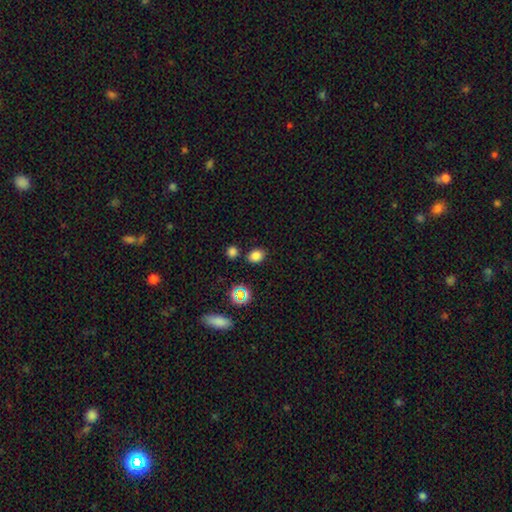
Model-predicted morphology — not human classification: smooth 79%, star or artifact 16%, featured or disk 5%. Down the decision tree: how rounded — in between (58%); merging — none (79%).